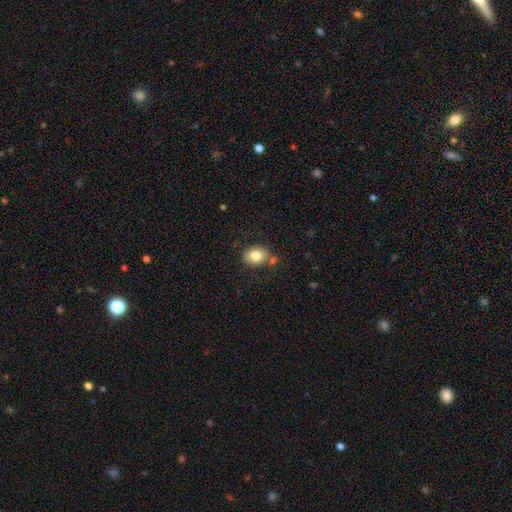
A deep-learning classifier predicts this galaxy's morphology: smooth-or-featured: smooth: 80% | featured or disk: 11% | star or artifact: 9%
  how-rounded: in between: 58% | round: 41% | cigar-shaped: 1%
  merging: none: 69% | minor disturbance: 15% | merger: 12% | major disturbance: 4%